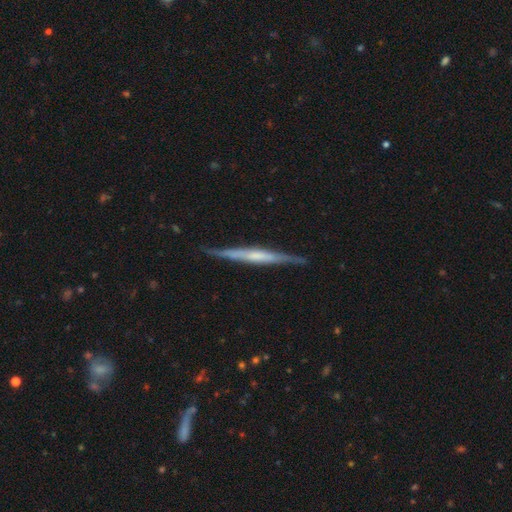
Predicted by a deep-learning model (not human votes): Smooth or featured? Predicted: featured or disk (p=0.70). Edge-on disk? Predicted: yes (p=0.97). Edge-on bulge? Predicted: none (p=0.45). Merging? Predicted: none (p=0.85).